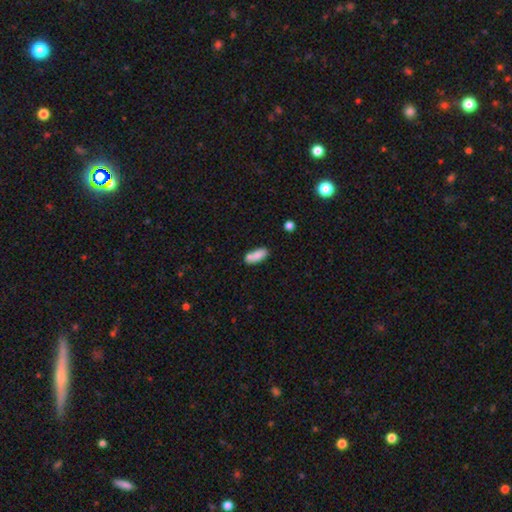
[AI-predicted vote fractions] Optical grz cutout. It shows a smooth galaxy with no disk features (82%) that is in between round and cigar-shaped (75%). Merging: none (57%).